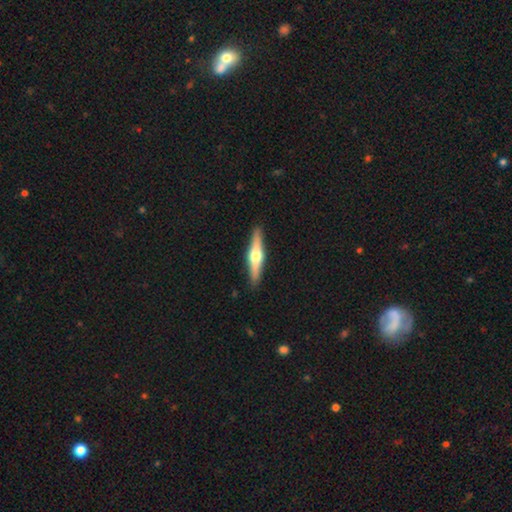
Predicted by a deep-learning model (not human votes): The model was most divided on "smooth or featured": featured or disk: 65%, smooth: 30%, star or artifact: 5%. More confident: edge-on disk — yes (97%); edge-on bulge — rounded (94%); merging — none (91%).